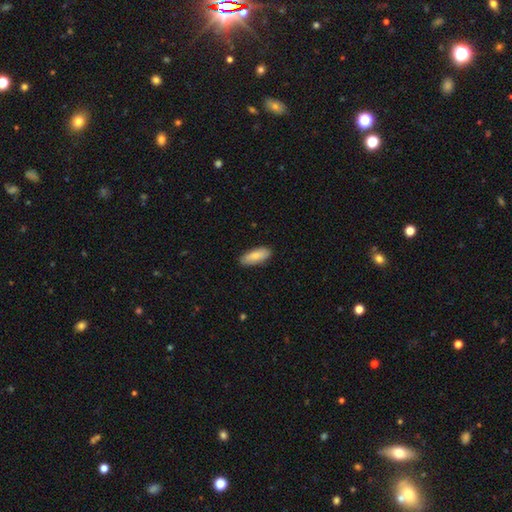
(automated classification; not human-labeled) Smooth or featured?
  - smooth: 81% *
  - featured or disk: 13%
  - star or artifact: 6%
How rounded?
  - in between: 77% *
  - cigar-shaped: 21%
  - round: 2%
Merging?
  - none: 87% *
  - minor disturbance: 10%
  - major disturbance: 2%
  - merger: 1%